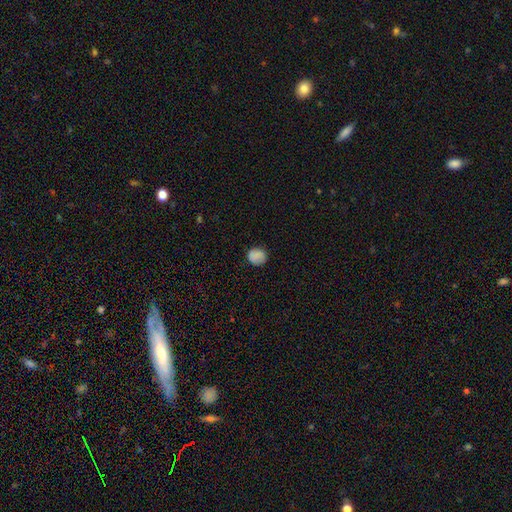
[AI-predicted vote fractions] This is clearly a smooth galaxy (83%). How rounded: clearly round (80%). Merging: clearly none (82%).